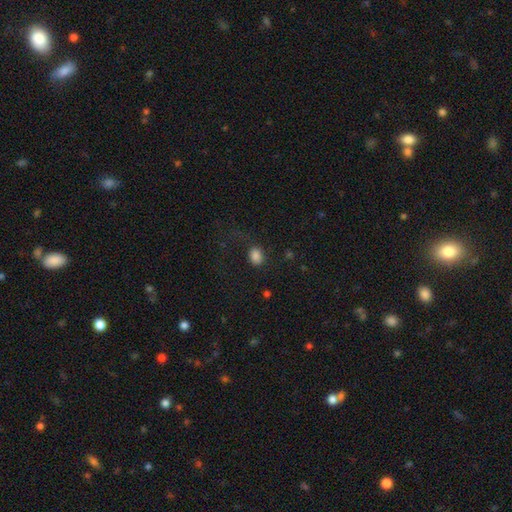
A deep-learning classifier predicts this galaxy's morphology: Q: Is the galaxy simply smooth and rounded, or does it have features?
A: smooth — 85%.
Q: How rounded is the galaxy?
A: in between — 64%.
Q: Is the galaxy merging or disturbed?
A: none — 72%.